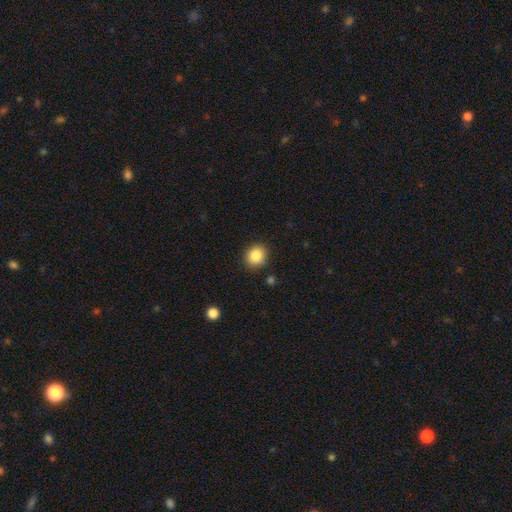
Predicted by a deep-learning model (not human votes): This is clearly a smooth galaxy (86%). How rounded: likely round (74%). Merging: clearly none (87%).